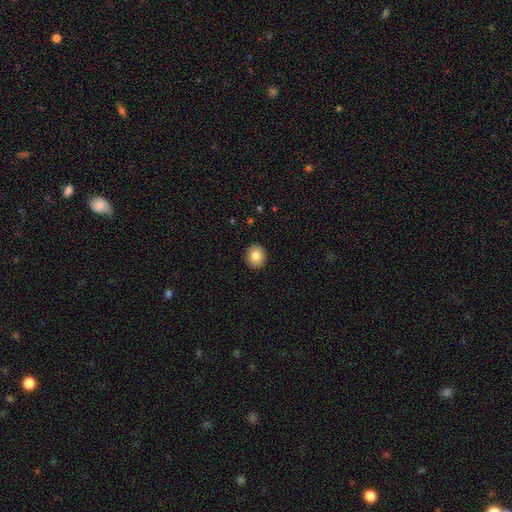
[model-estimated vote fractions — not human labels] Smooth or featured? smooth (84%)
How rounded? round (77%)
Merging? none (92%)